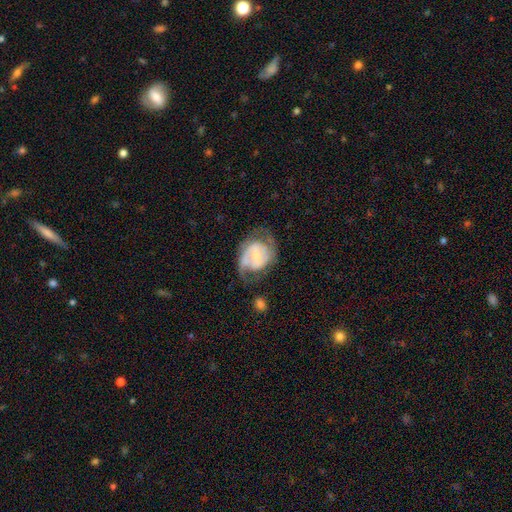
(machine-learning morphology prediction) Smooth or featured?
  - featured or disk: 80% *
  - smooth: 14%
  - star or artifact: 6%
Edge-on disk?
  - no: 98% *
  - yes: 2%
Bar?
  - weak: 47% *
  - no: 35%
  - strong: 18%
Spiral arms?
  - yes: 92% *
  - no: 8%
Spiral winding?
  - medium: 48% *
  - tight: 34%
  - loose: 18%
Spiral arm count?
  - 2: 78% *
  - can't tell: 10%
  - 1: 6%
  - 3: 3%
  - 4: 1%
  - more than 4: 1%
Bulge size?
  - small: 54% *
  - moderate: 30%
  - none: 10%
  - large: 4%
  - dominant: 1%
Merging?
  - none: 56% *
  - minor disturbance: 22%
  - major disturbance: 18%
  - merger: 4%